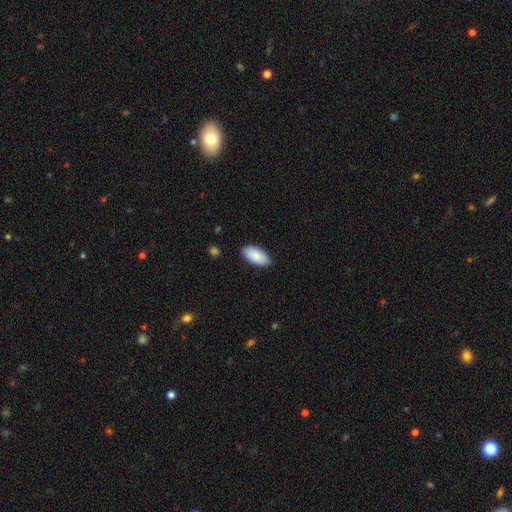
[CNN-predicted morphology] smooth 88%, star or artifact 6%, featured or disk 6%. Down the decision tree: how rounded — in between (95%); merging — none (85%).